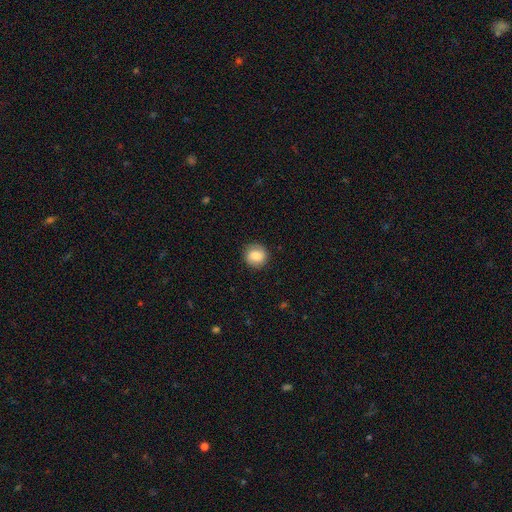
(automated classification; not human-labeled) A smooth galaxy with no disk features (79%) that is round (88%). Merging: none (87%).